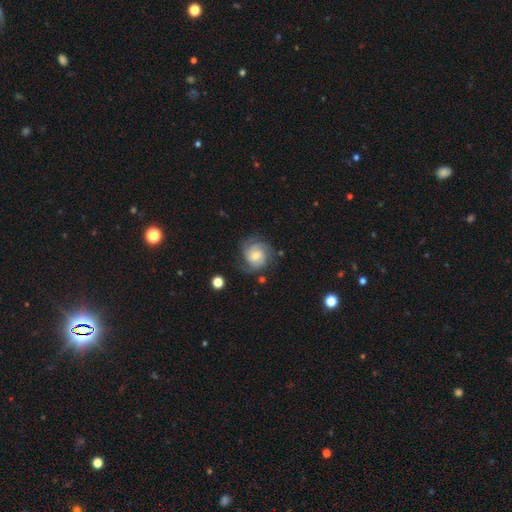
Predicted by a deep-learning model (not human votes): featured or disk 79%, smooth 15%, star or artifact 6%. Down the decision tree: edge-on disk — no (98%); bar — no (62%); spiral arms — yes (96%); spiral arm count — 3 (40%); spiral winding — tight (55%); bulge size — moderate (53%); merging — none (71%).